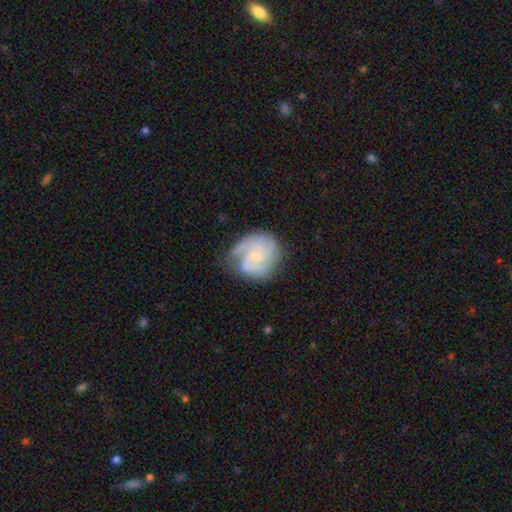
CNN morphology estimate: A featured or disk galaxy (83%) with no bar (69%), 3 (44%) tight (54%) spiral arms (97%) and a small central bulge (72%).

Vote fractions:
- Smooth or featured? featured or disk: 83% / smooth: 12% / star or artifact: 5%
- Edge-on disk? no: 98% / yes: 2%
- Bar? no: 69% / weak: 27% / strong: 4%
- Spiral arms? yes: 97% / no: 3%
- Spiral winding? tight: 54% / medium: 38% / loose: 8%
- Spiral arm count? 3: 44% / 2: 22% / can't tell: 16% / 4: 9% / 1: 5% / more than 4: 5%
- Bulge size? small: 72% / moderate: 23% / none: 3% / large: 1% / dominant: 1%
- Merging? none: 70% / minor disturbance: 21% / major disturbance: 8% / merger: 2%